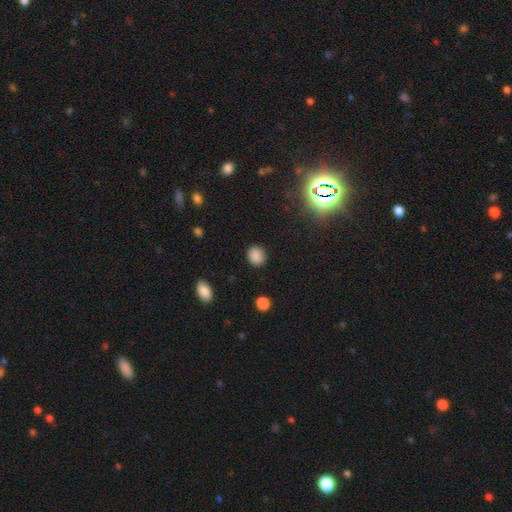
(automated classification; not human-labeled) A smooth galaxy with no disk features (86%) that is round (74%). Merging: none (88%).